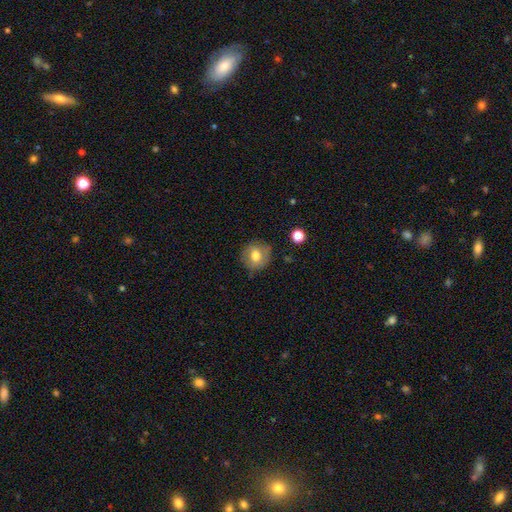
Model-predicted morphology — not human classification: Overall: smooth (69%). How rounded: round (87%). Merging: none (80%).